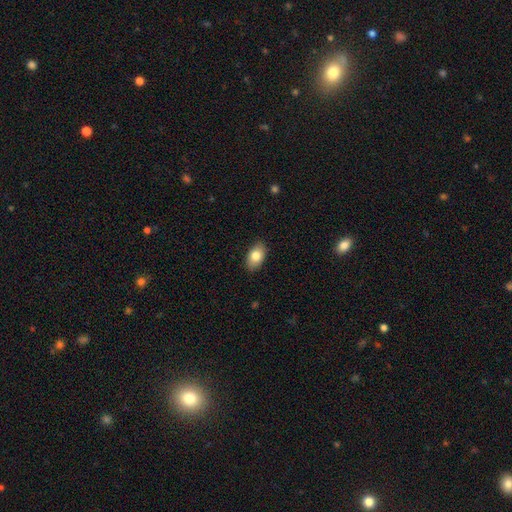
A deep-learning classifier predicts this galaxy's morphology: type=smooth (82%); roundness=in between (93%); merging=none (89%).